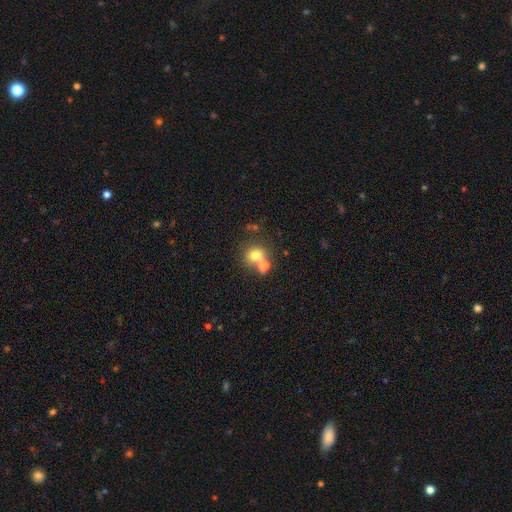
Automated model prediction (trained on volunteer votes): A smooth galaxy with no disk features (72%) that is round (78%).

Vote fractions:
- Smooth or featured? smooth: 72% / featured or disk: 16% / star or artifact: 13%
- How rounded? round: 78% / in between: 21% / cigar-shaped: 1%
- Merging? merger: 50% / none: 40% / minor disturbance: 7% / major disturbance: 4%